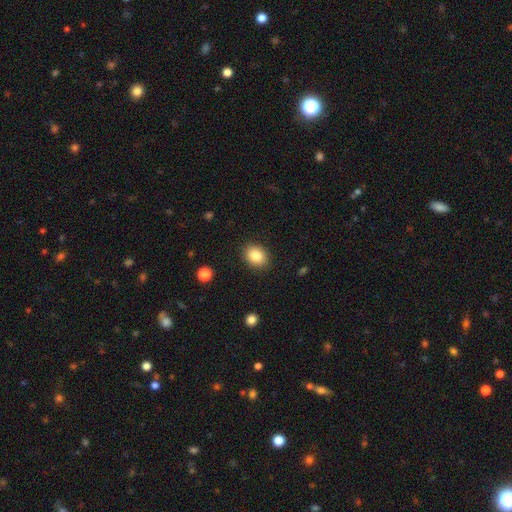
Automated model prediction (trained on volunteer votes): The model was most divided on "how rounded": in between: 60%, round: 40%, cigar-shaped: 1%. More confident: merging — none (88%); smooth or featured — smooth (86%).